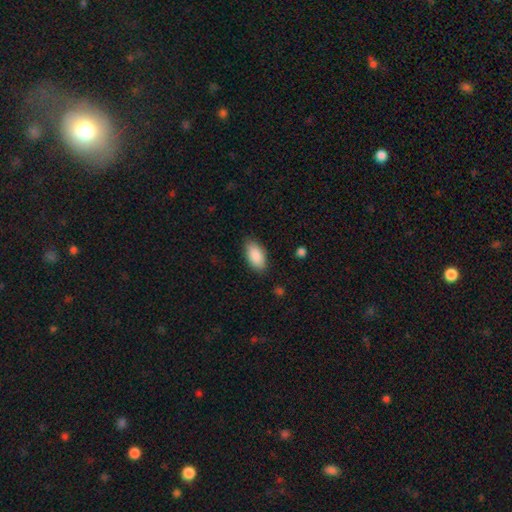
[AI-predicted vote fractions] Smooth or featured? smooth (90%)
How rounded? in between (94%)
Merging? none (85%)